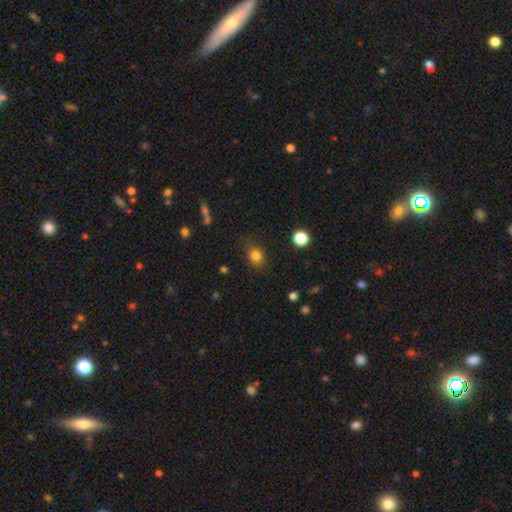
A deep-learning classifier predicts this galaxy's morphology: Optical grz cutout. It shows a smooth galaxy with no disk features (82%) that is round (67%). Merging: none (78%).